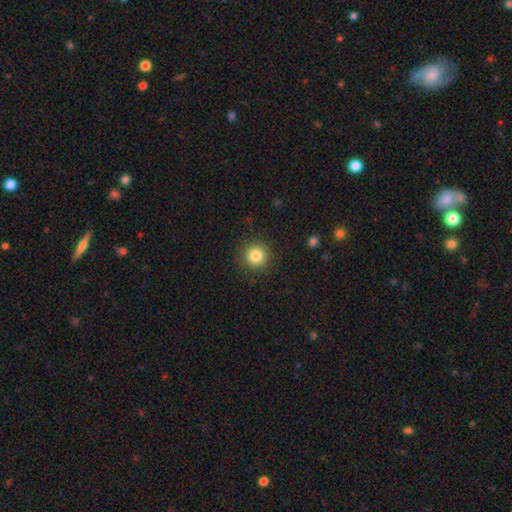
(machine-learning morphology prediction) Smooth or featured?
  - smooth: 83% *
  - star or artifact: 11%
  - featured or disk: 6%
How rounded?
  - round: 94% *
  - in between: 5%
  - cigar-shaped: 1%
Merging?
  - none: 89% *
  - minor disturbance: 7%
  - major disturbance: 3%
  - merger: 1%